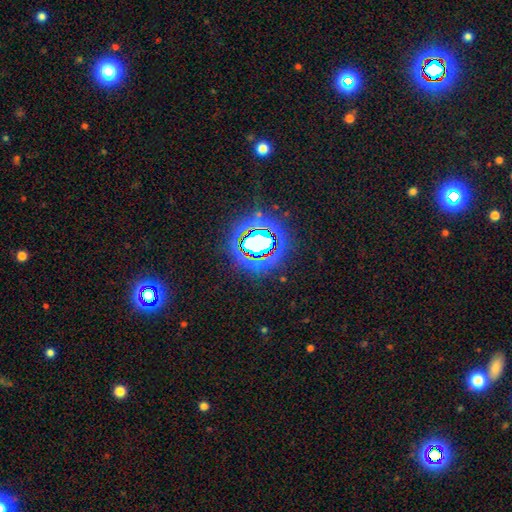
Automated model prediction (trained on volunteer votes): smooth_or_featured: star or artifact (p=0.80) [alt: smooth p=0.11]